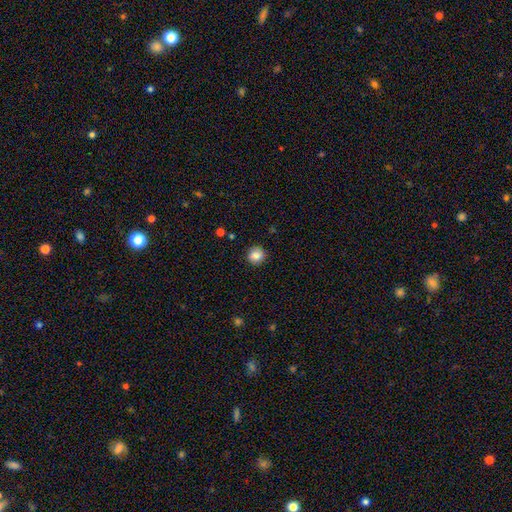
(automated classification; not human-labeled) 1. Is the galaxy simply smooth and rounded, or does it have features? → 82% smooth, 10% star or artifact, 8% featured or disk.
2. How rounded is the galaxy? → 86% round, 13% in between, 1% cigar-shaped.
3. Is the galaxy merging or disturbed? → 87% none, 9% minor disturbance, 3% major disturbance, 1% merger.